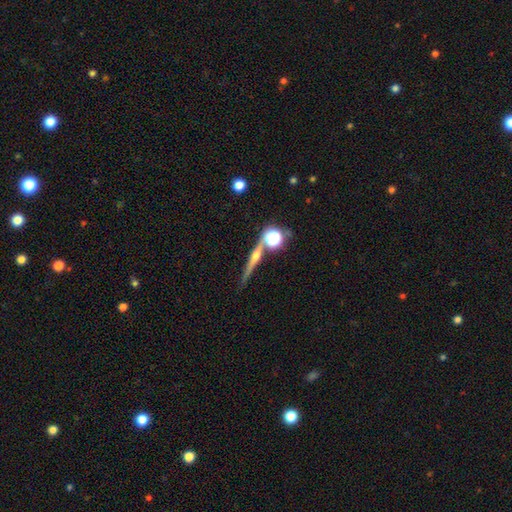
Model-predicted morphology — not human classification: Smooth or featured: featured or disk — 65% (smooth — 22%)
Edge-on disk: yes — 94% (no — 6%)
Edge-on bulge: rounded — 85% (none — 9%)
Merging: none — 74% (merger — 12%)